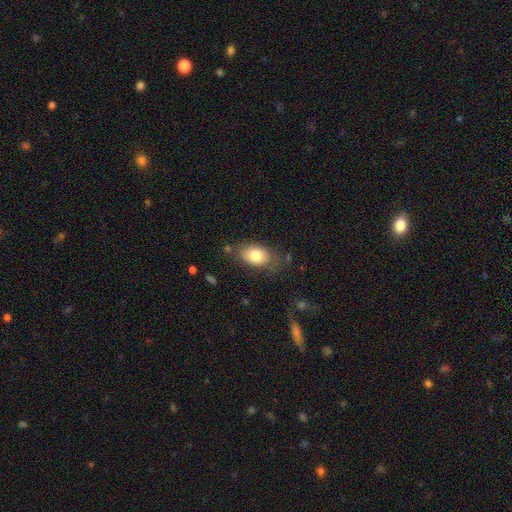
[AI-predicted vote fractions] Morphology: type=smooth (79%); roundness=in between (85%); merging=none (71%).